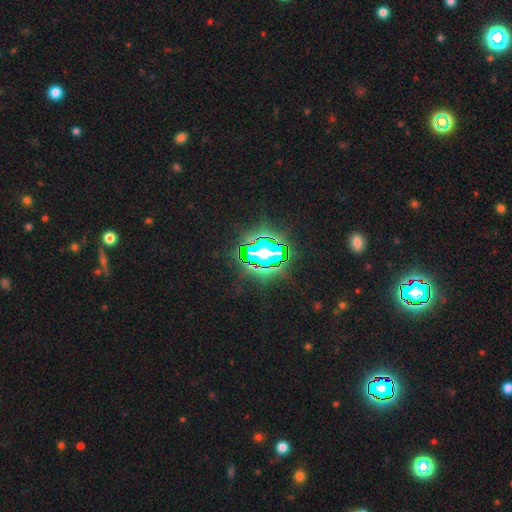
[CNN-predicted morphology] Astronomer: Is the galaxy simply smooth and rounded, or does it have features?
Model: star or artifact — 83%.